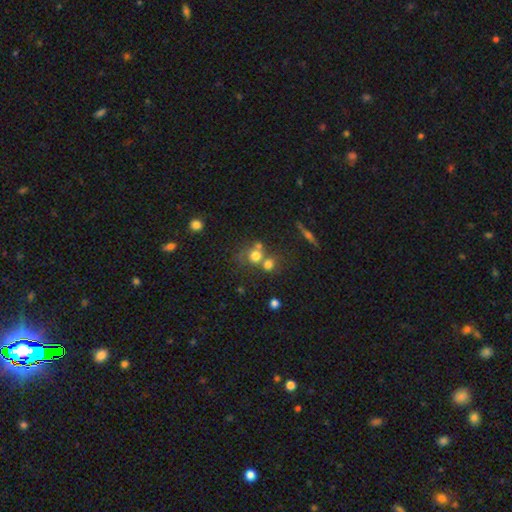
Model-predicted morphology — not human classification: Smooth or featured? Predicted: smooth (p=0.69). How rounded? Predicted: round (p=0.79). Merging? Predicted: merger (p=0.45).